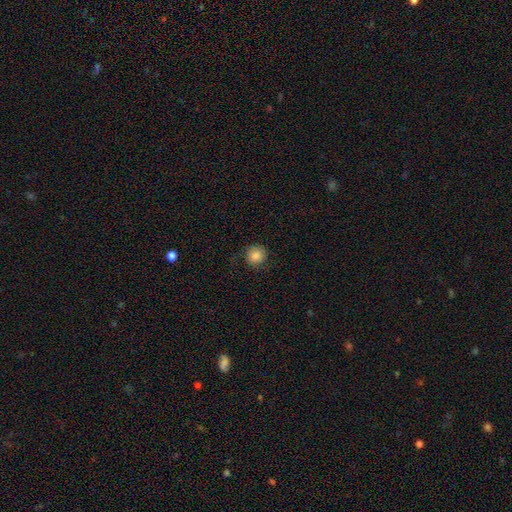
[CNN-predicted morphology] This is clearly a smooth galaxy (84%). How rounded: clearly round (90%). Merging: clearly none (82%).